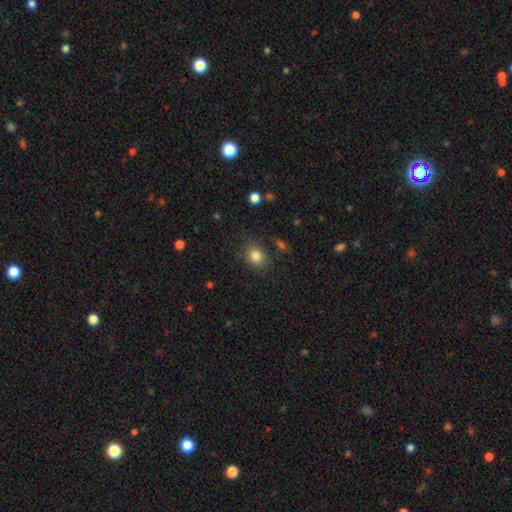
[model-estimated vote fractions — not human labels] Smooth or featured? Predicted: smooth (p=0.83). How rounded? Predicted: round (p=0.62). Merging? Predicted: none (p=0.82).